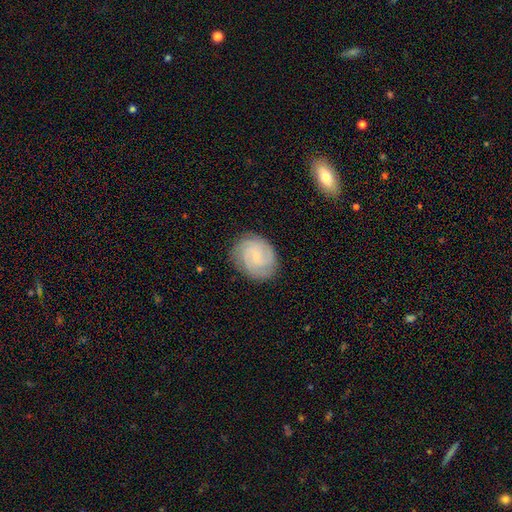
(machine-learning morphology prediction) The model was most divided on "spiral arm count" (2-way tie): 3: 27%, 2: 27%, can't tell: 25%, 4: 11%, 1: 5%, more than 4: 5%. More confident: edge-on disk — no (98%); spiral arms — yes (95%); merging — none (83%); bulge size — small (77%); smooth or featured — featured or disk (71%); spiral winding — tight (61%); bar — no (53%).